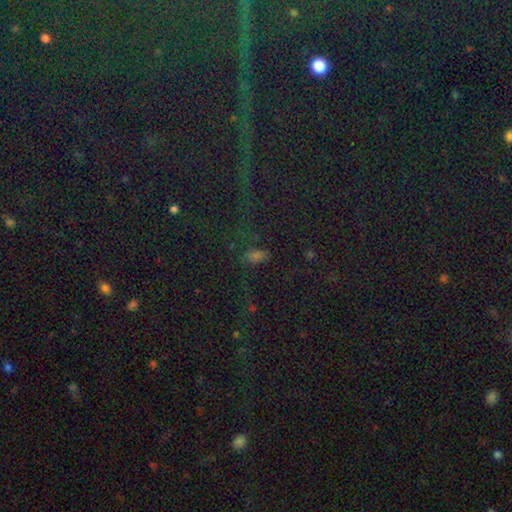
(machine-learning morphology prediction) The model was most divided on "smooth or featured": smooth: 49%, star or artifact: 41%, featured or disk: 10%. More confident: merging — none (64%).